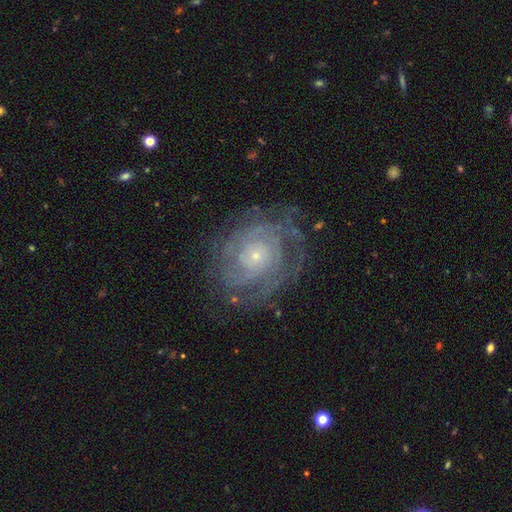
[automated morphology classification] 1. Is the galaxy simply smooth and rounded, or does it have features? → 82% featured or disk, 10% smooth, 8% star or artifact.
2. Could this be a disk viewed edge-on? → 97% no, 3% yes.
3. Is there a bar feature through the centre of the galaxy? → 82% no, 15% weak, 4% strong.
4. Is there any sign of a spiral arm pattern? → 91% yes, 9% no.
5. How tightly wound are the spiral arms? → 74% tight, 21% medium, 6% loose.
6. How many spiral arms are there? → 43% can't tell, 17% 2, 13% 3, 12% 4, 8% more than 4, 6% 1.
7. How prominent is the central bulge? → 81% small, 14% moderate, 2% none, 2% large, 1% dominant.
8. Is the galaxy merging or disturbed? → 74% none, 16% minor disturbance, 9% major disturbance, 1% merger.